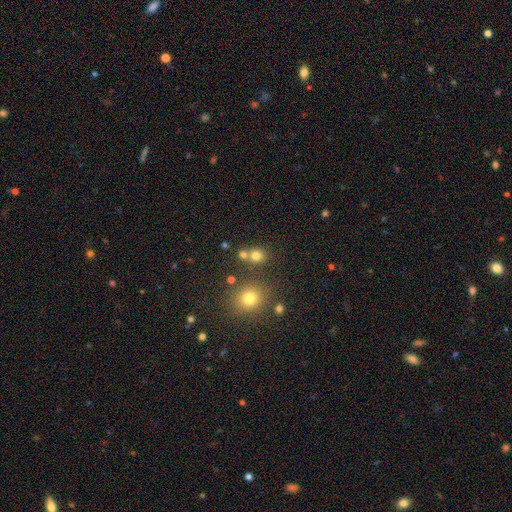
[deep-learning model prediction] A smooth galaxy with no disk features (75%) that is round (79%).

Vote fractions:
- Smooth or featured? smooth: 75% / star or artifact: 17% / featured or disk: 8%
- How rounded? round: 79% / in between: 20% / cigar-shaped: 1%
- Merging? none: 61% / merger: 26% / minor disturbance: 9% / major disturbance: 4%